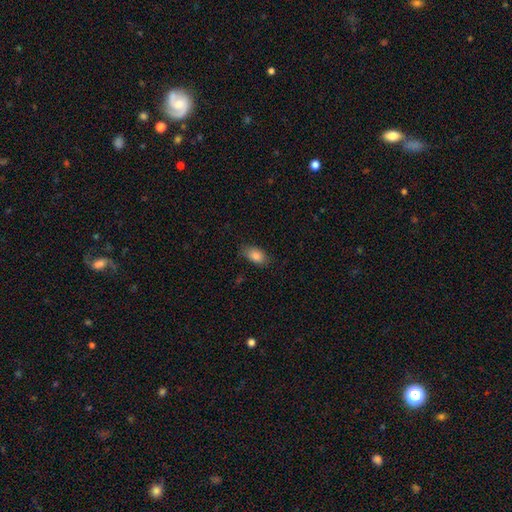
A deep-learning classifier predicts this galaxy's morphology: smooth 86%, star or artifact 8%, featured or disk 6%. Down the decision tree: how rounded — in between (90%); merging — none (80%).